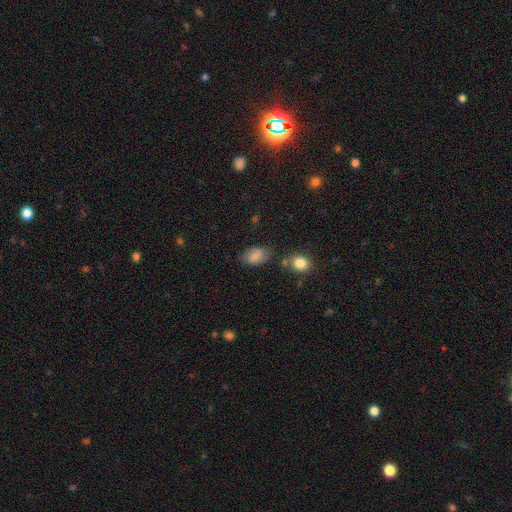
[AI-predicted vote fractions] A smooth galaxy with no disk features (79%) that is in between round and cigar-shaped (89%).

Vote fractions:
- Smooth or featured? smooth: 79% / featured or disk: 12% / star or artifact: 9%
- How rounded? in between: 89% / round: 9% / cigar-shaped: 2%
- Merging? none: 67% / minor disturbance: 21% / major disturbance: 6% / merger: 6%